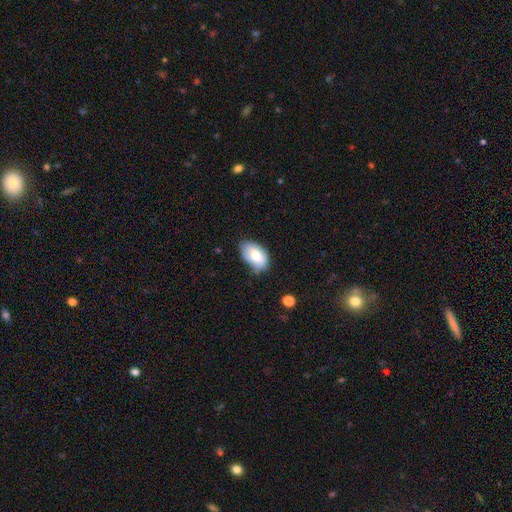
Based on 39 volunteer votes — Smooth or featured?
  - smooth: 82% *
  - featured or disk: 15%
  - star or artifact: 3%
How rounded?
  - in between: 91% *
  - round: 6%
  - cigar-shaped: 3%
Merging?
  - none: 66% *
  - minor disturbance: 26%
  - major disturbance: 5%
  - merger: 3%